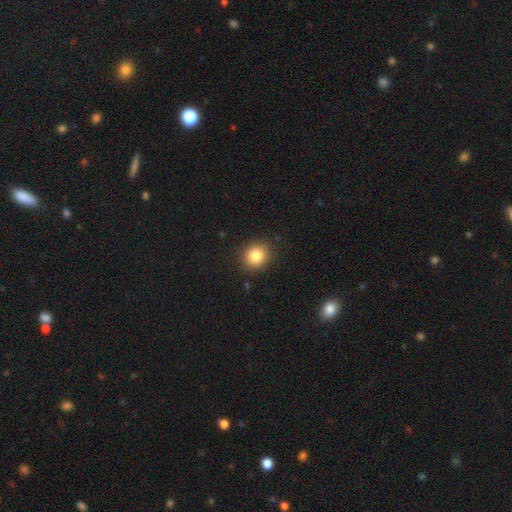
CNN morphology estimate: Overall: smooth (84%). How rounded: round (81%). Merging: none (89%).